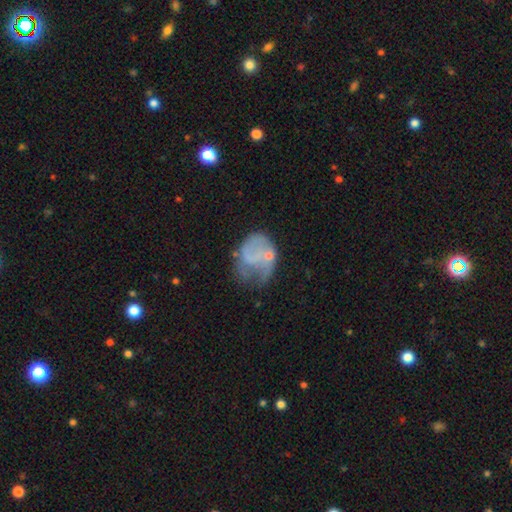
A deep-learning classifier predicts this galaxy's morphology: type=featured or disk (52%); edge-on=no (98%); bar=no (77%); spiral arms=yes (53%); bulge=small (47%); merging=major disturbance (38%).